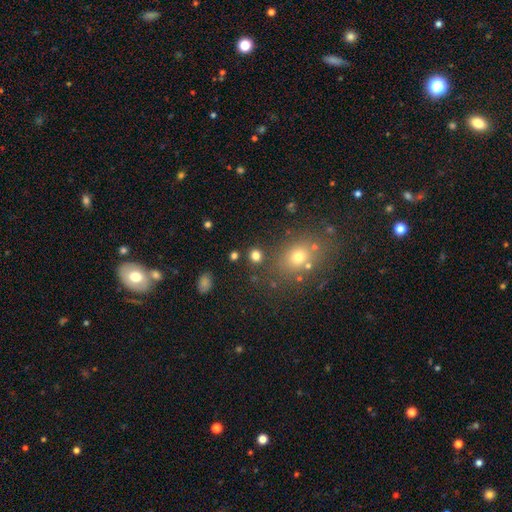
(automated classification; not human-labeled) A smooth galaxy with no disk features (78%) that is round (81%).

Vote fractions:
- Smooth or featured? smooth: 78% / star or artifact: 16% / featured or disk: 6%
- How rounded? round: 81% / in between: 18% / cigar-shaped: 1%
- Merging? none: 83% / minor disturbance: 7% / merger: 6% / major disturbance: 4%